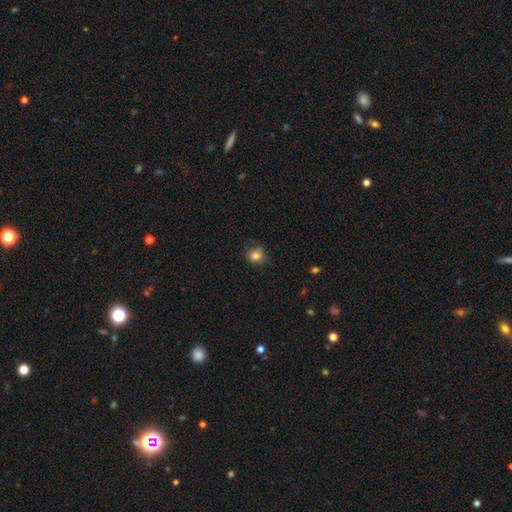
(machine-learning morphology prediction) Overall: smooth (83%). How rounded: round (82%). Merging: none (69%).